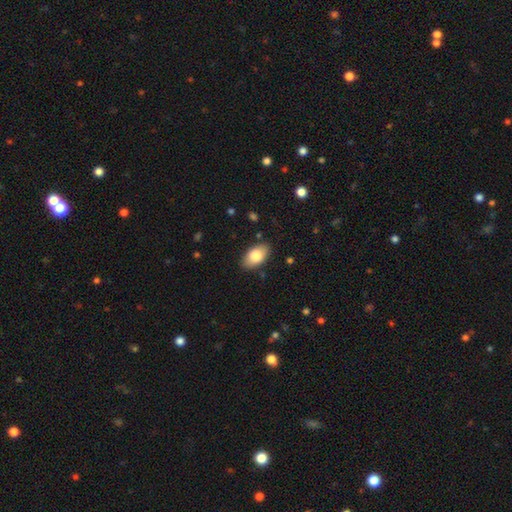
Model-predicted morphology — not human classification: A smooth galaxy with no disk features (81%) that is in between round and cigar-shaped (94%).

Vote fractions:
- Smooth or featured? smooth: 81% / featured or disk: 13% / star or artifact: 7%
- How rounded? in between: 94% / round: 4% / cigar-shaped: 2%
- Merging? none: 86% / minor disturbance: 10% / major disturbance: 2% / merger: 1%